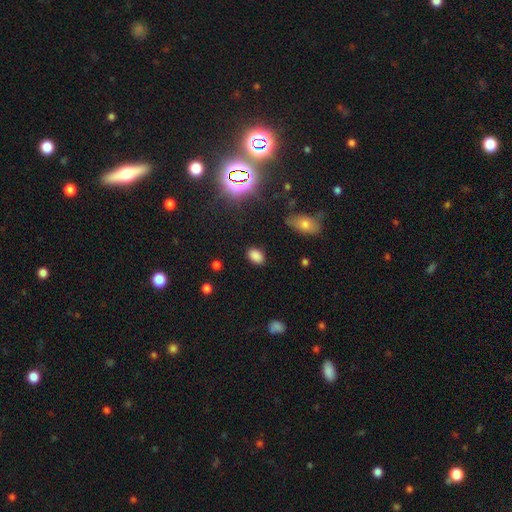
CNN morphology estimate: Q: Smooth or featured?
A: smooth (82%); runner-up: star or artifact (13%)
Q: How rounded?
A: in between (89%); runner-up: round (10%)
Q: Merging?
A: none (85%); runner-up: minor disturbance (10%)